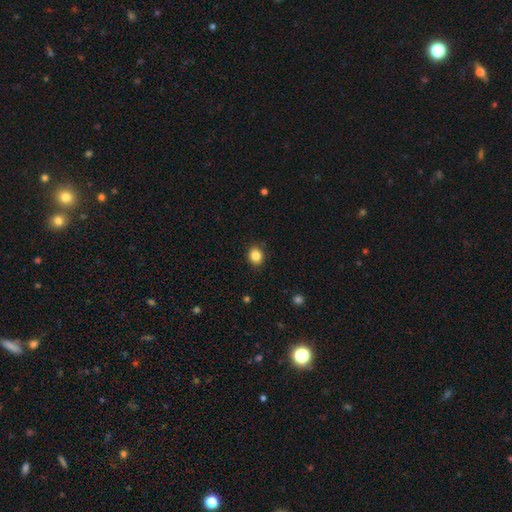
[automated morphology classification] Smooth or featured? smooth (86%)
How rounded? round (64%)
Merging? none (89%)